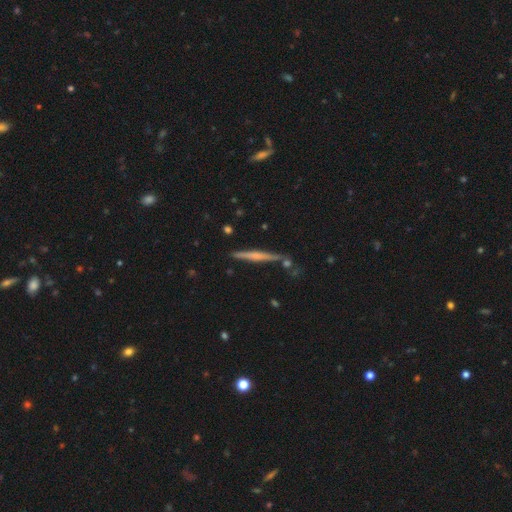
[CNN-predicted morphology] The model was most divided on "edge-on bulge": rounded: 51%, none: 33%, boxy: 17%. More confident: edge-on disk — yes (98%); merging — none (84%); smooth or featured — featured or disk (63%).